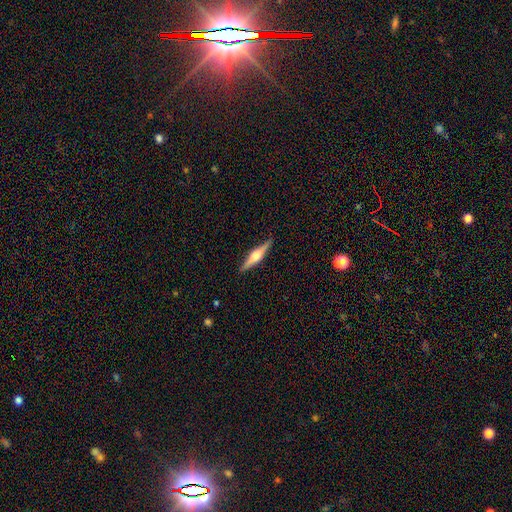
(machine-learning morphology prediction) type=featured or disk (75%); edge-on=yes (98%); edge-on bulge=rounded (91%); merging=none (90%).